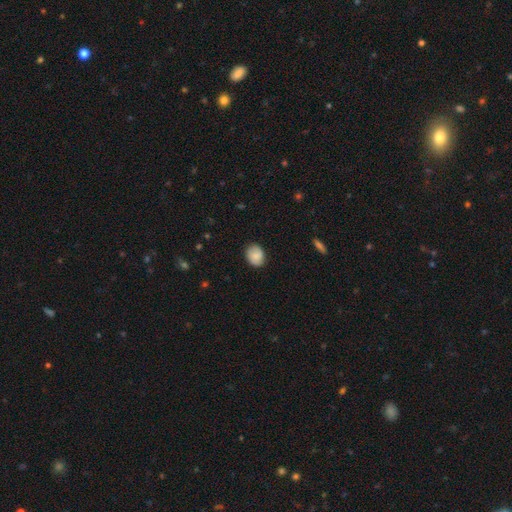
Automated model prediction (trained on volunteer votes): smooth-or-featured: smooth: 80% | featured or disk: 12% | star or artifact: 7%
  how-rounded: in between: 55% | round: 44% | cigar-shaped: 1%
  merging: none: 83% | minor disturbance: 13% | major disturbance: 3% | merger: 1%